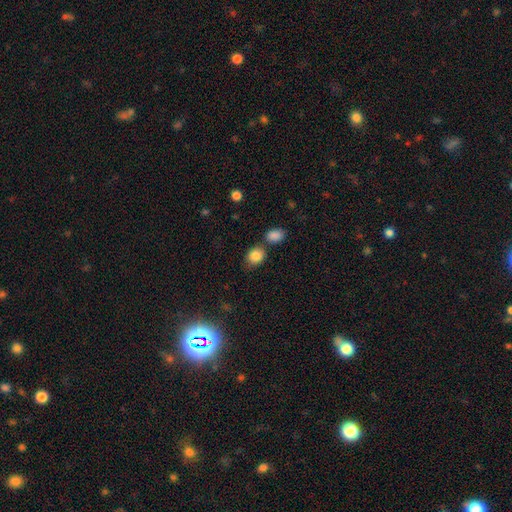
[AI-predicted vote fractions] Q: Smooth or featured?
A: smooth (85%); runner-up: star or artifact (10%)
Q: How rounded?
A: in between (51%); runner-up: round (48%)
Q: Merging?
A: none (67%); runner-up: merger (16%)